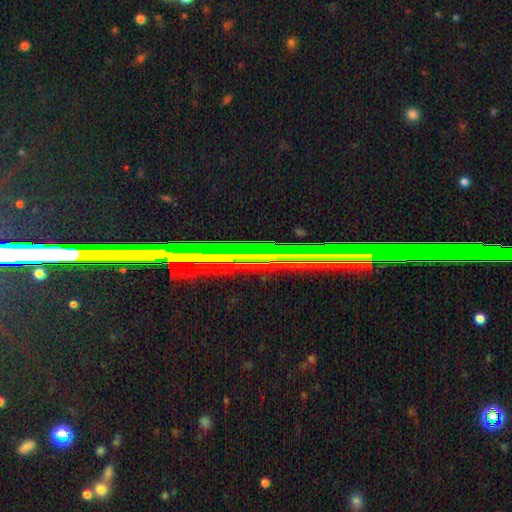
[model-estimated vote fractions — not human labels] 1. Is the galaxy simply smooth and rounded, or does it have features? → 72% star or artifact, 17% featured or disk, 12% smooth.